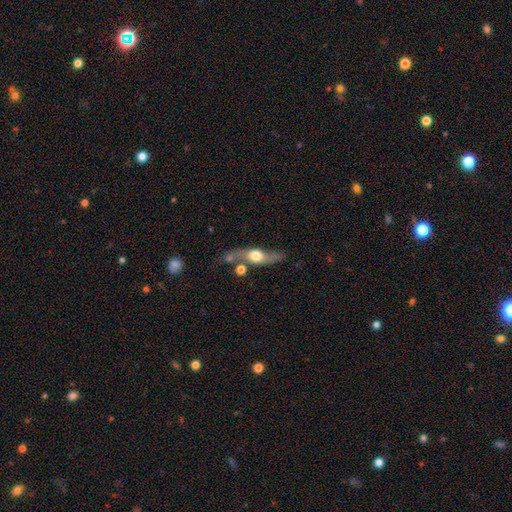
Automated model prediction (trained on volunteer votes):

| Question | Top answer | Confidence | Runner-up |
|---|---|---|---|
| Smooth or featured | featured or disk | 60% | smooth (33%) |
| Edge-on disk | yes | 62% | no (38%) |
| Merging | none | 53% | merger (19%) |